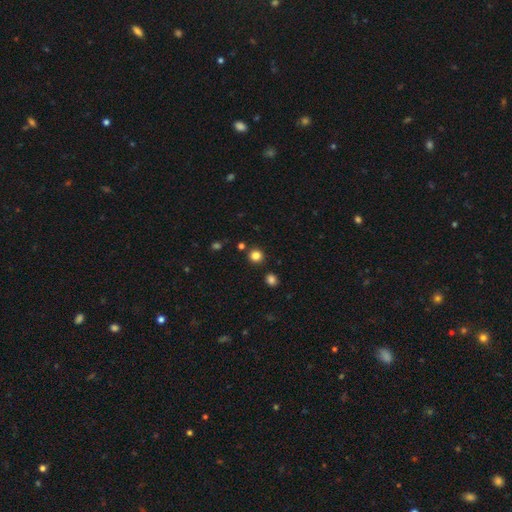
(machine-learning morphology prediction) Smooth or featured: smooth — 82% (star or artifact — 14%)
How rounded: round — 89% (in between — 10%)
Merging: none — 88% (minor disturbance — 6%)